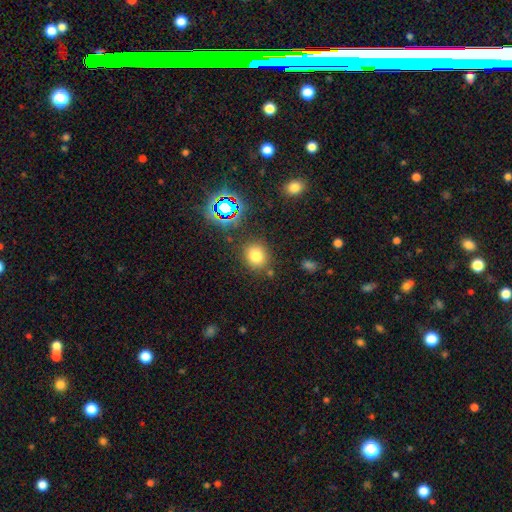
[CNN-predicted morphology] smooth_or_featured: smooth (p=0.73) [alt: star or artifact p=0.19]
how_rounded: round (p=0.74) [alt: in between p=0.25]
merging: none (p=0.80) [alt: minor disturbance p=0.11]